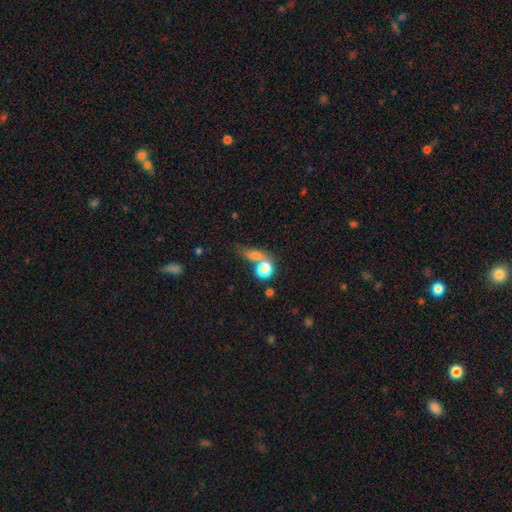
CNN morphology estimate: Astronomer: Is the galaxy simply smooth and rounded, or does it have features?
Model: smooth — 71%.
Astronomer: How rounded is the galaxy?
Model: in between — 46% (runner-up: round, 44%).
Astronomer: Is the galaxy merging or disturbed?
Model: none — 39%, tied with merger at 39%.